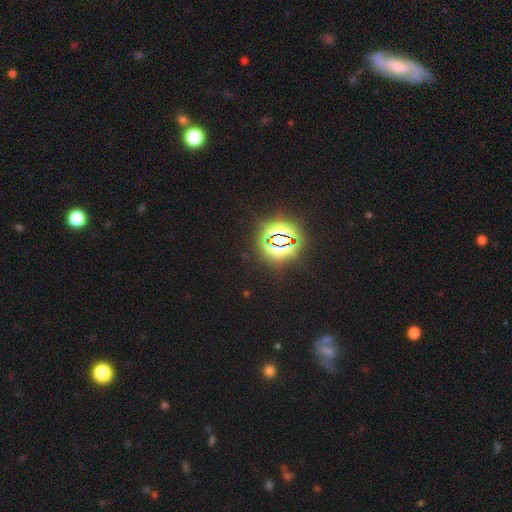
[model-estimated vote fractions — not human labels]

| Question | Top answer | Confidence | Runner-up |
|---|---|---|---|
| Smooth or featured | star or artifact | 77% | smooth (15%) |